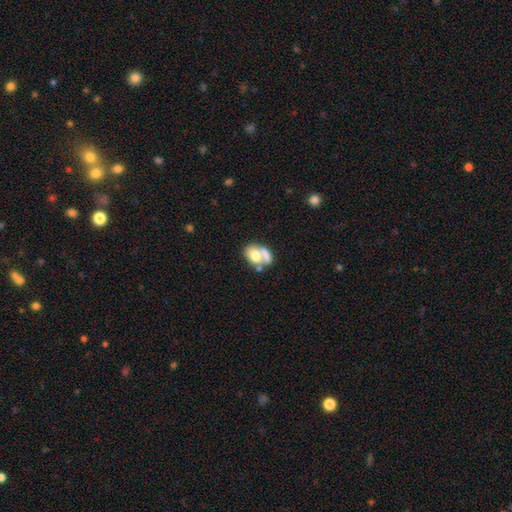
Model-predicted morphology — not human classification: smooth 63%, featured or disk 29%, star or artifact 9%. Down the decision tree: how rounded — in between (69%); merging — merger (56%).